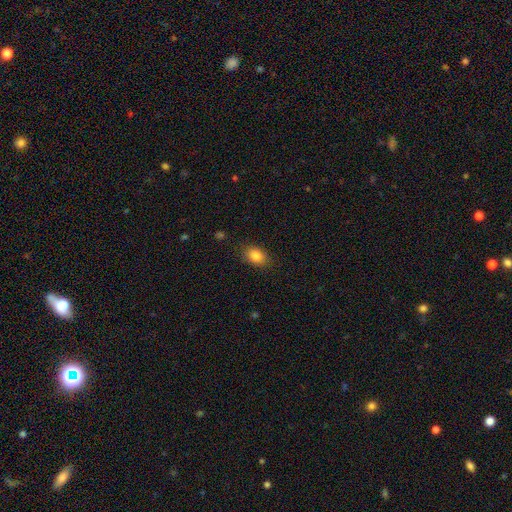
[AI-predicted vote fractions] smooth 84%, star or artifact 9%, featured or disk 7%. Down the decision tree: how rounded — in between (77%); merging — none (84%).